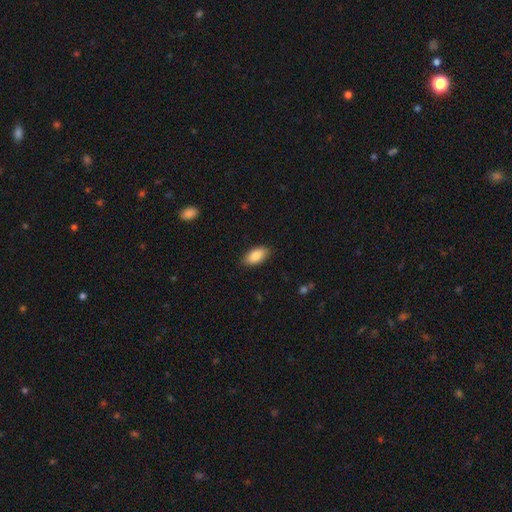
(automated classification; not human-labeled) Q: Smooth or featured?
A: smooth (86%); runner-up: featured or disk (8%)
Q: How rounded?
A: in between (91%); runner-up: cigar-shaped (6%)
Q: Merging?
A: none (86%); runner-up: minor disturbance (10%)